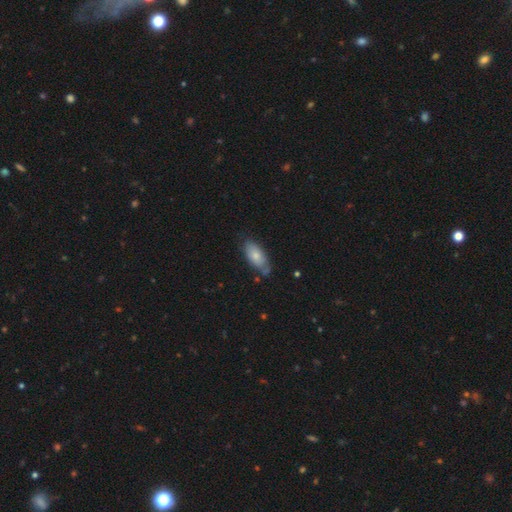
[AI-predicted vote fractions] This is likely a smooth galaxy (74%). How rounded: clearly in between (88%). Merging: likely none (66%).